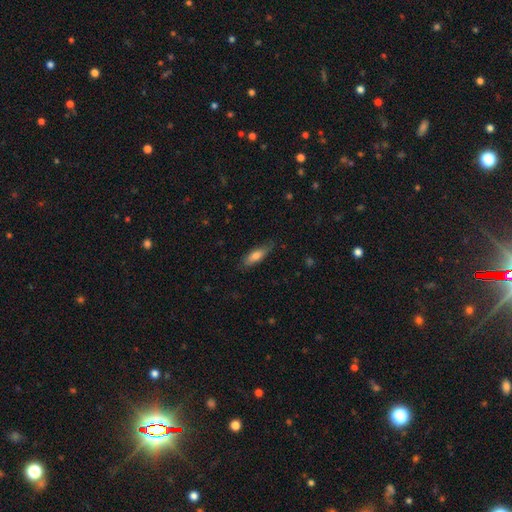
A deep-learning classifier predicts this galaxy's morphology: smooth-or-featured: smooth: 73% | featured or disk: 21% | star or artifact: 6%
  how-rounded: in between: 54% | cigar-shaped: 44% | round: 2%
  merging: none: 72% | minor disturbance: 22% | major disturbance: 5% | merger: 1%